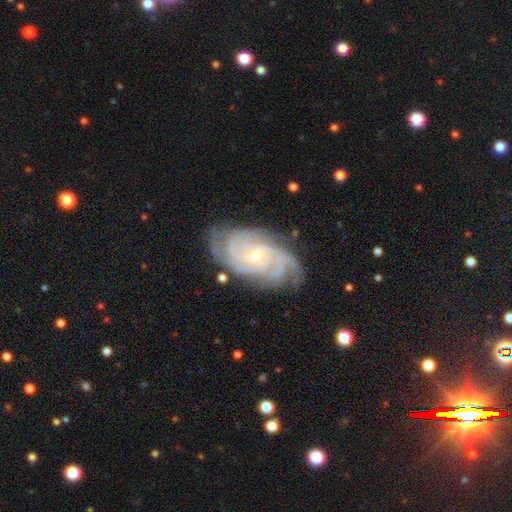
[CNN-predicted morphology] Smooth or featured? Predicted: featured or disk (p=0.91). Edge-on disk? Predicted: no (p=0.97). Bar? Predicted: no (p=0.62). Spiral arms? Predicted: yes (p=0.98). Spiral winding? Predicted: tight (p=0.74). Spiral arm count? Predicted: 4 (p=0.34). Bulge size? Predicted: small (p=0.68). Merging? Predicted: none (p=0.78).